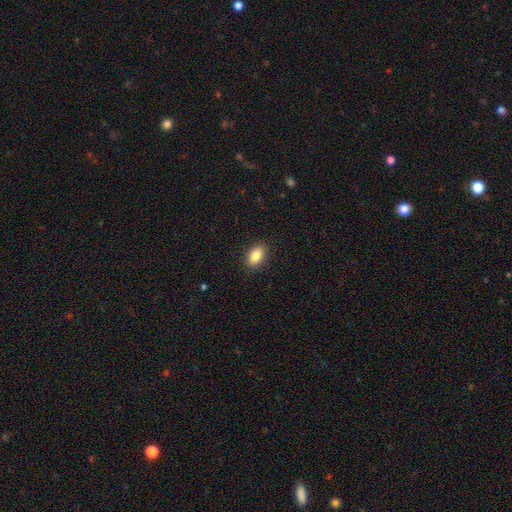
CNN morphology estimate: Smooth or featured? smooth (85%)
How rounded? in between (89%)
Merging? none (89%)